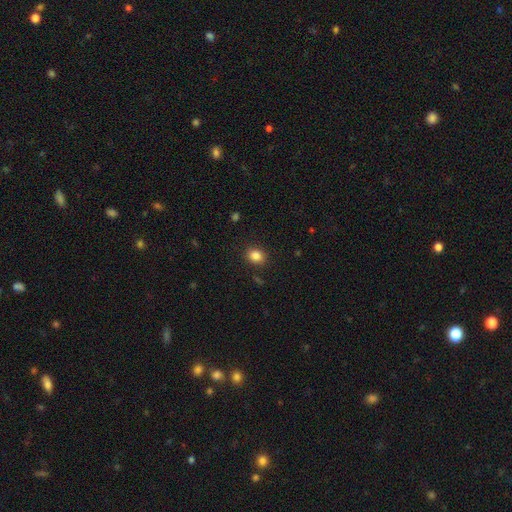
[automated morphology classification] This is clearly a smooth galaxy (84%). How rounded: possibly round (59%). Merging: clearly none (88%).